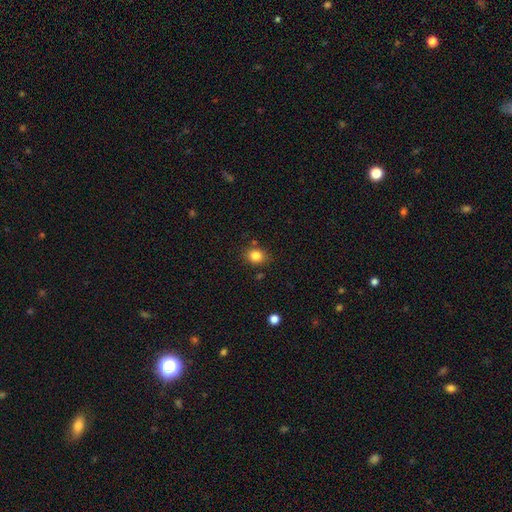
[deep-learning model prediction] Overall: smooth (83%). How rounded: round (61%; in between 38%). Merging: none (80%).